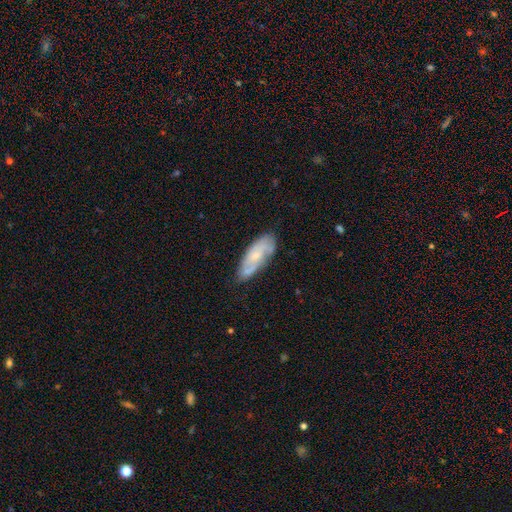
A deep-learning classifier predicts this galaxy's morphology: Q: Smooth or featured?
A: featured or disk (56%); runner-up: smooth (38%)
Q: Edge-on disk?
A: no (86%); runner-up: yes (14%)
Q: Merging?
A: none (69%); runner-up: minor disturbance (24%)